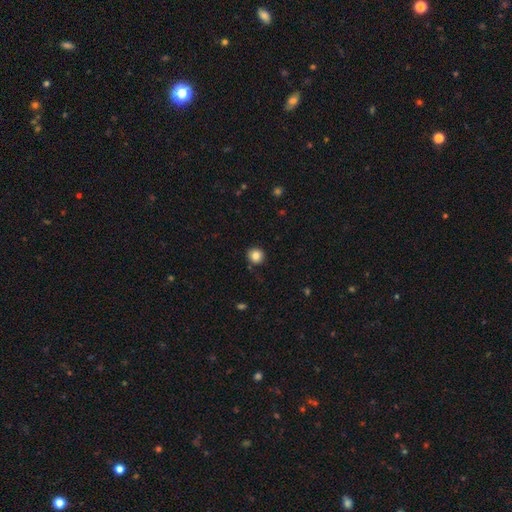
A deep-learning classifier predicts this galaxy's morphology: Smooth or featured? Predicted: smooth (p=0.83). How rounded? Predicted: round (p=0.92). Merging? Predicted: none (p=0.87).